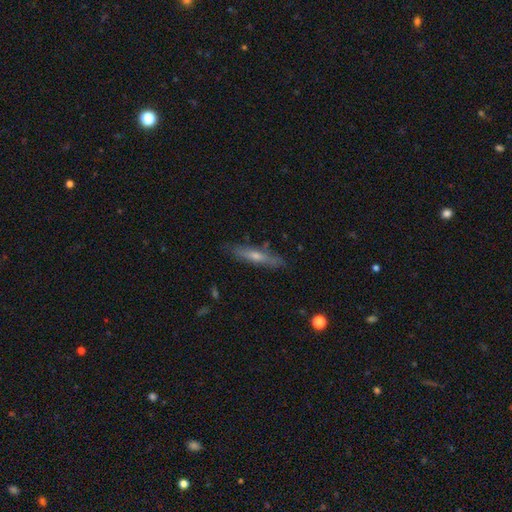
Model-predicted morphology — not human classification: A featured or disk galaxy (54%) viewed edge-on (85%).

Vote fractions:
- Smooth or featured? featured or disk: 54% / smooth: 39% / star or artifact: 7%
- Edge-on disk? yes: 85% / no: 15%
- Merging? none: 84% / minor disturbance: 12% / major disturbance: 2% / merger: 2%